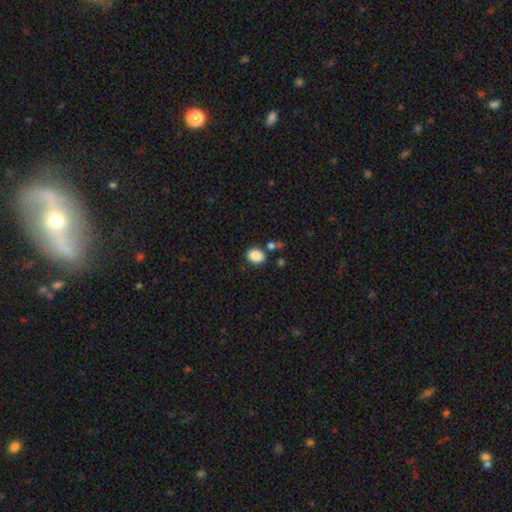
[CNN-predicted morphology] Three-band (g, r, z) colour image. It shows a smooth galaxy with no disk features (88%) that is in between round and cigar-shaped (62%). Merging: none (76%).